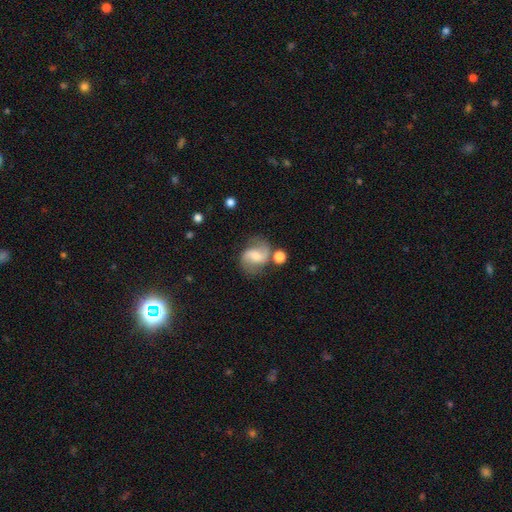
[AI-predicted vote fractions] Overall: featured or disk (71%). Edge-on disk: no (98%). Bar: weak (46%; no 37%). Spiral arms: yes (93%). Spiral arm count: 2 (90%). Spiral winding: medium (45%; loose 42%). Bulge size: moderate (42%; small 41%). Merging: none (66%).